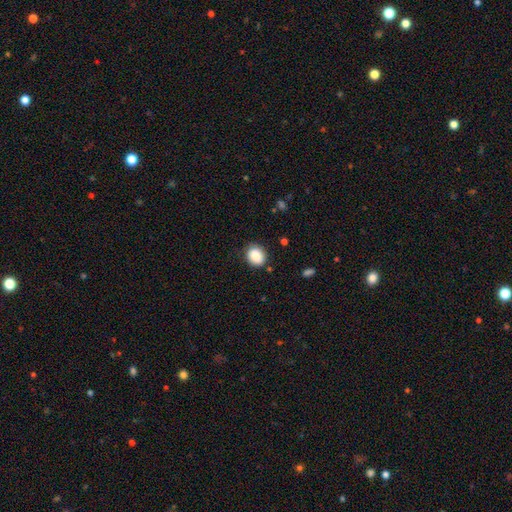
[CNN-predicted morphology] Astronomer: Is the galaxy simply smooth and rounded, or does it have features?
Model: smooth — 87%.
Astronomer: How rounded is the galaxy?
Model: round — 55% (runner-up: in between, 44%).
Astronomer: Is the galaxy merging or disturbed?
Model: none — 83%.